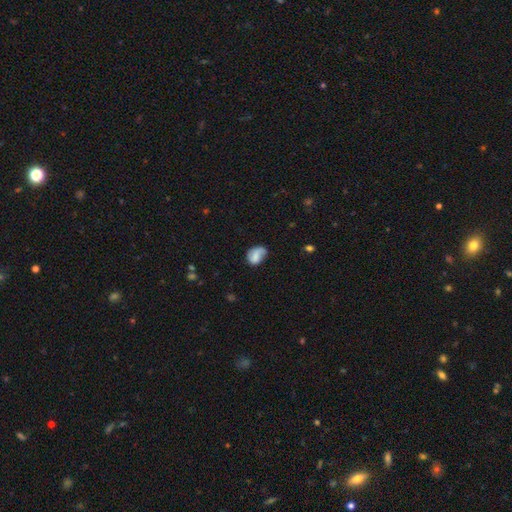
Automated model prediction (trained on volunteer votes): A smooth galaxy with no disk features (61%) that is in between round and cigar-shaped (71%).

Vote fractions:
- Smooth or featured? smooth: 61% / featured or disk: 30% / star or artifact: 9%
- How rounded? in between: 71% / round: 27% / cigar-shaped: 1%
- Merging? none: 46% / minor disturbance: 33% / major disturbance: 18% / merger: 3%